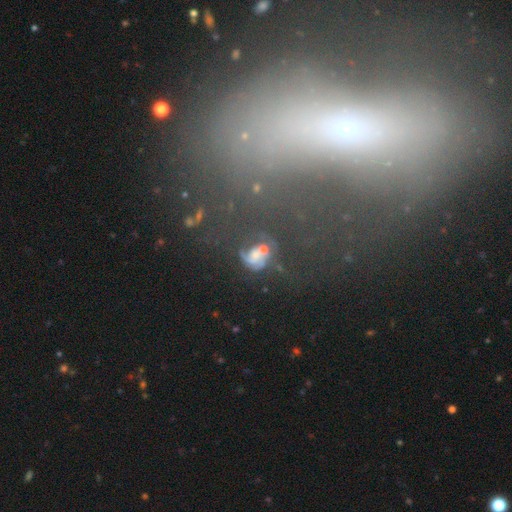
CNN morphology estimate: This is marginally a star or artifact rather than a galaxy (40%).